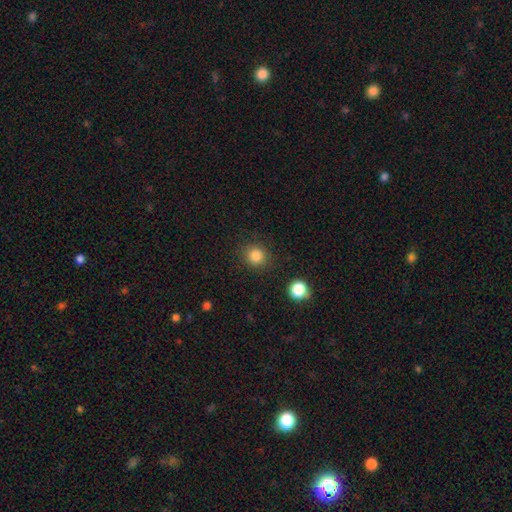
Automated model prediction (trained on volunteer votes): Smooth or featured? smooth (84%)
How rounded? round (88%)
Merging? none (88%)